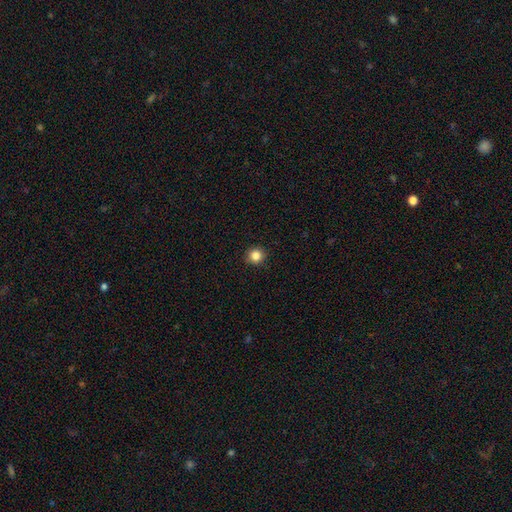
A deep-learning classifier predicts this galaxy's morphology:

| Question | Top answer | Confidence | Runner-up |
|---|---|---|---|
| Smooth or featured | smooth | 84% | star or artifact (11%) |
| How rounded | round | 93% | in between (6%) |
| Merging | none | 92% | minor disturbance (5%) |